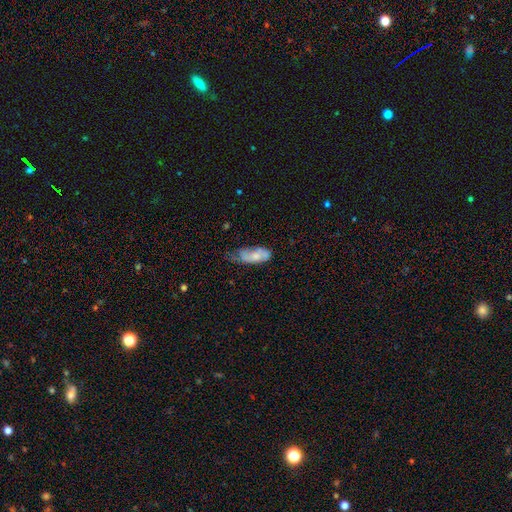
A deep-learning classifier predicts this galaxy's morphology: Overall: smooth (60%; featured or disk 33%). How rounded: in between (82%). Merging: minor disturbance (41%; none 31%).